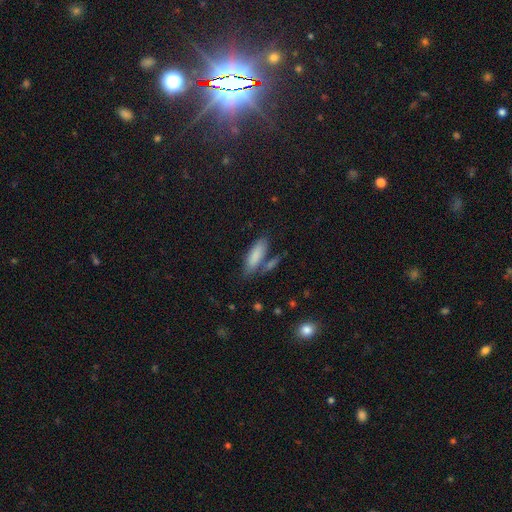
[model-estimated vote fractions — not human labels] smooth_or_featured: smooth (p=0.83) [alt: featured or disk p=0.11]
how_rounded: in between (p=0.63) [alt: cigar-shaped p=0.35]
merging: none (p=0.63) [alt: merger p=0.18]